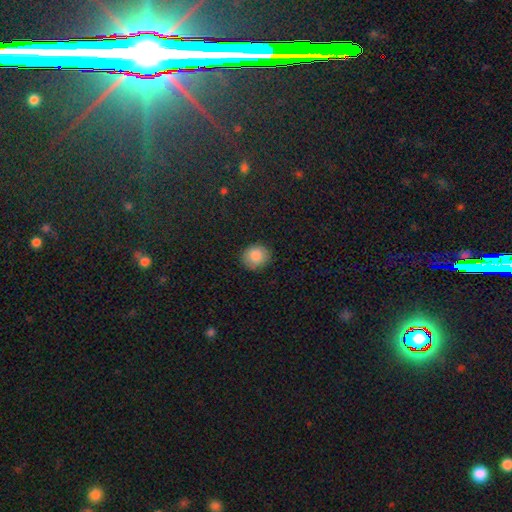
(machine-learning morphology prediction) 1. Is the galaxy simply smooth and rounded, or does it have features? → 85% smooth, 8% star or artifact, 6% featured or disk.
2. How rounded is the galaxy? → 71% round, 28% in between, 1% cigar-shaped.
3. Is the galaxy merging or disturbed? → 85% none, 12% minor disturbance, 2% major disturbance, 1% merger.